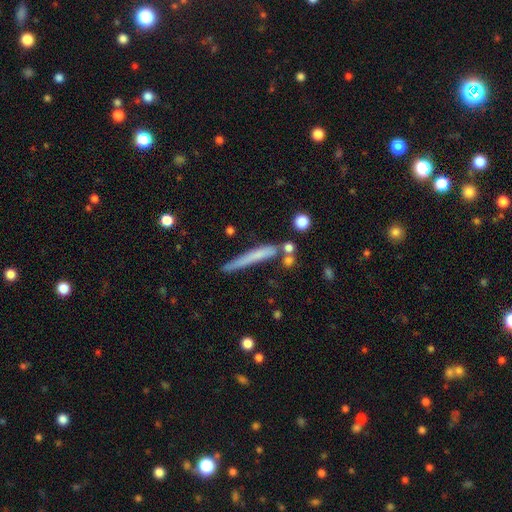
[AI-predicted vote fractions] smooth 58%, featured or disk 34%, star or artifact 8%. Down the decision tree: how rounded — cigar-shaped (95%); merging — none (69%).